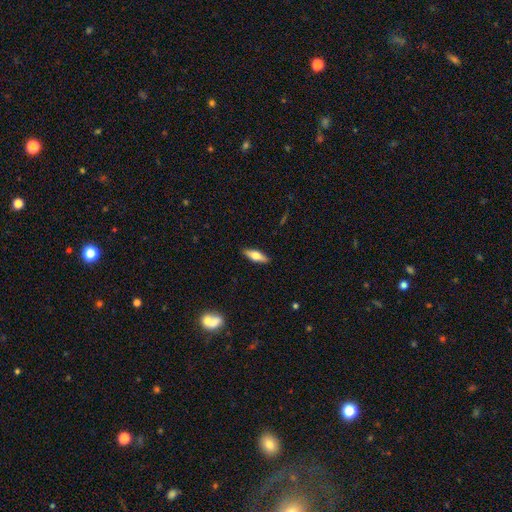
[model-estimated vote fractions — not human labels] A smooth galaxy with no disk features (62%) that is in between round and cigar-shaped (56%). Merging: none (89%).